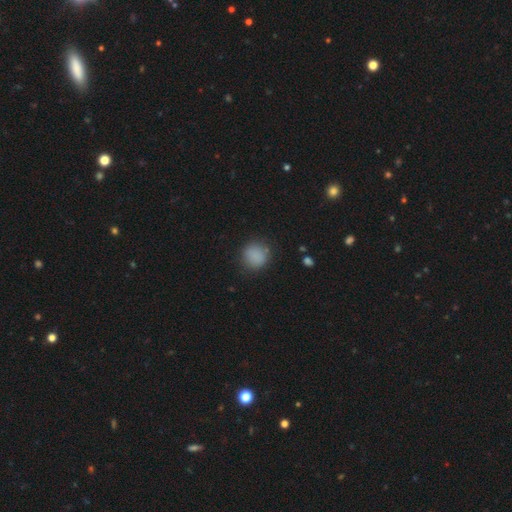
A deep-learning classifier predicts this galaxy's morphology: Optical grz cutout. It shows a smooth galaxy with no disk features (85%) that is round (88%). Merging: none (83%).